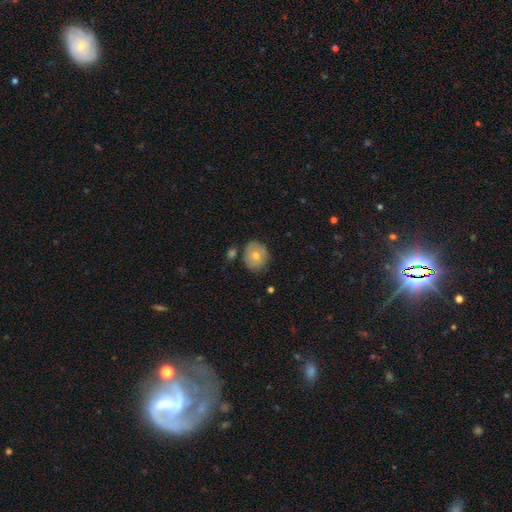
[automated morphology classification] Q: Smooth or featured?
A: smooth (58%); runner-up: featured or disk (32%)
Q: How rounded?
A: round (78%); runner-up: in between (21%)
Q: Merging?
A: none (78%); runner-up: minor disturbance (14%)